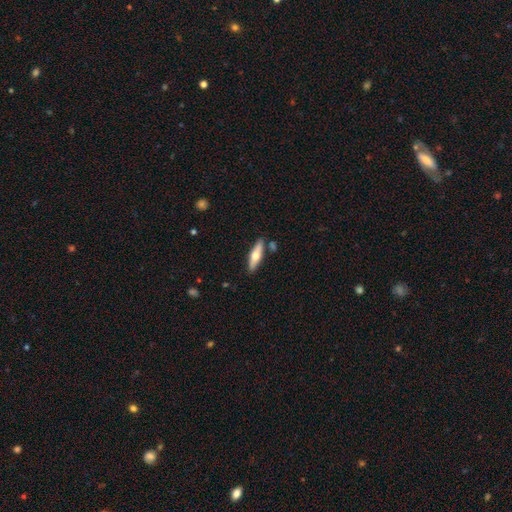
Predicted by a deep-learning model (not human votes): A smooth galaxy with no disk features (49%). Merging: none (83%).